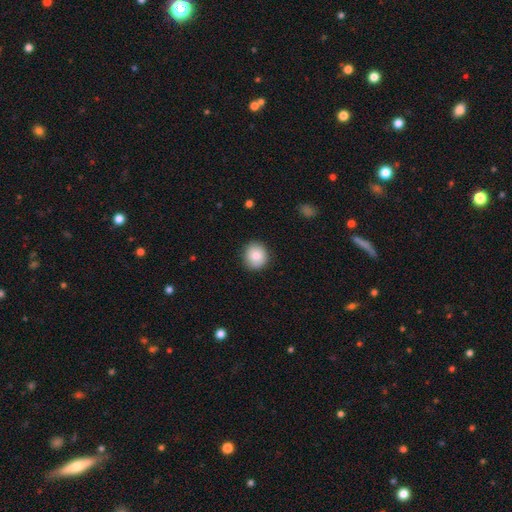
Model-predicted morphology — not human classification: Smooth or featured? Predicted: smooth (p=0.84). How rounded? Predicted: round (p=0.85). Merging? Predicted: none (p=0.88).